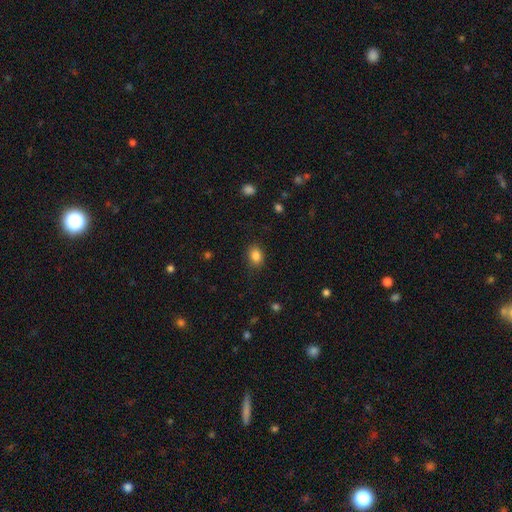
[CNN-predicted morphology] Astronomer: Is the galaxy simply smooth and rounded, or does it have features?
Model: smooth — 85%.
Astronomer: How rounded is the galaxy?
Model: in between — 63%.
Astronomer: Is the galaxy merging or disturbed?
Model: none — 84%.